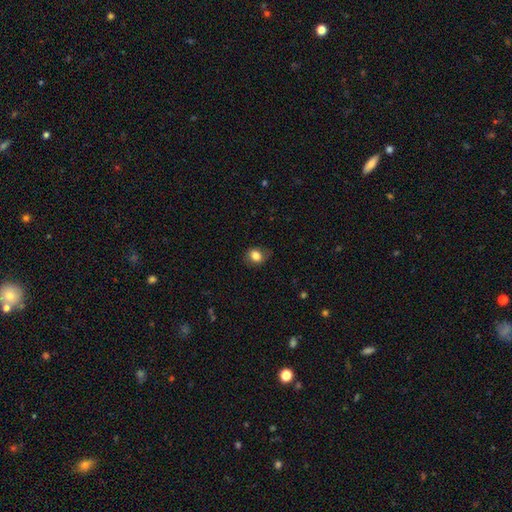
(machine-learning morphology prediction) Smooth or featured? Predicted: smooth (p=0.82). How rounded? Predicted: round (p=0.60). Merging? Predicted: none (p=0.74).